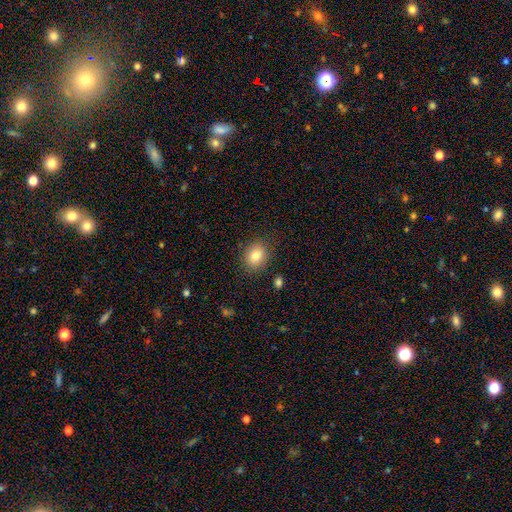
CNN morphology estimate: The model was most divided on "how rounded": round: 56%, in between: 43%, cigar-shaped: 1%. More confident: merging — none (85%); smooth or featured — smooth (81%).